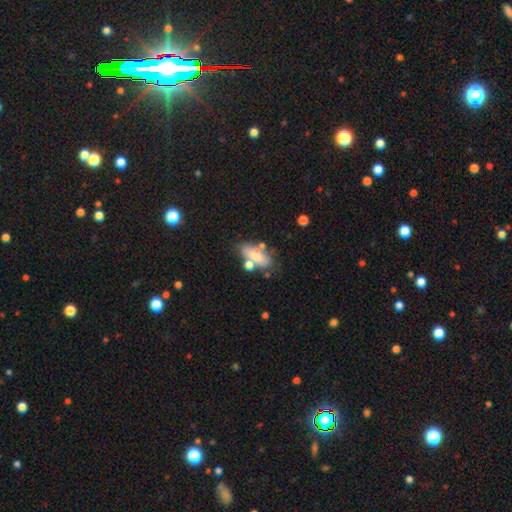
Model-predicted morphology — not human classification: Smooth or featured? Predicted: smooth (p=0.64). How rounded? Predicted: in between (p=0.78). Merging? Predicted: none (p=0.48).